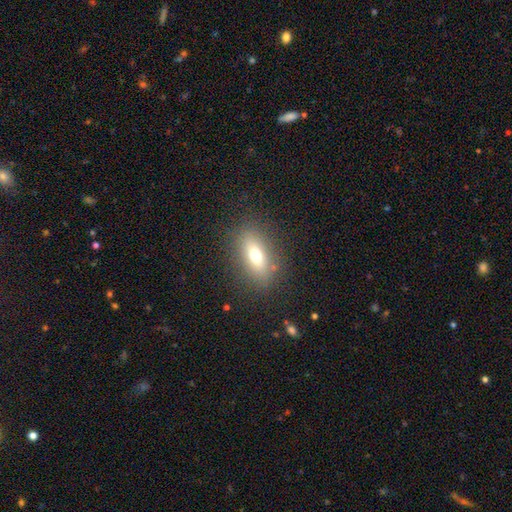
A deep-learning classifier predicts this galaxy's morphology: Smooth or featured? Predicted: smooth (p=0.65). How rounded? Predicted: in between (p=0.75). Merging? Predicted: none (p=0.84).